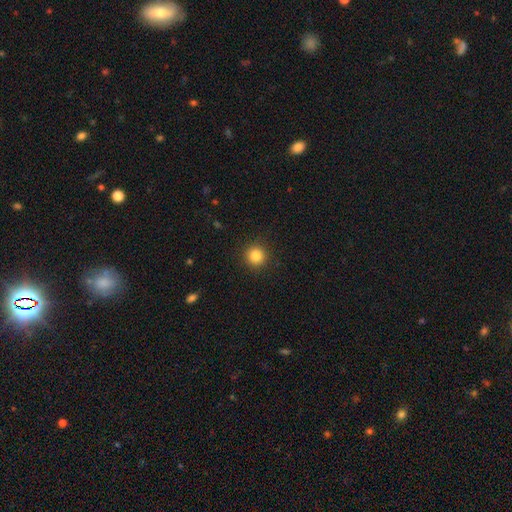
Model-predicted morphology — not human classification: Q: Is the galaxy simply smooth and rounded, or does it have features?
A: smooth — 84%.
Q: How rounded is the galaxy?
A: round — 95%.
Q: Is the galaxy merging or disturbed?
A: none — 92%.